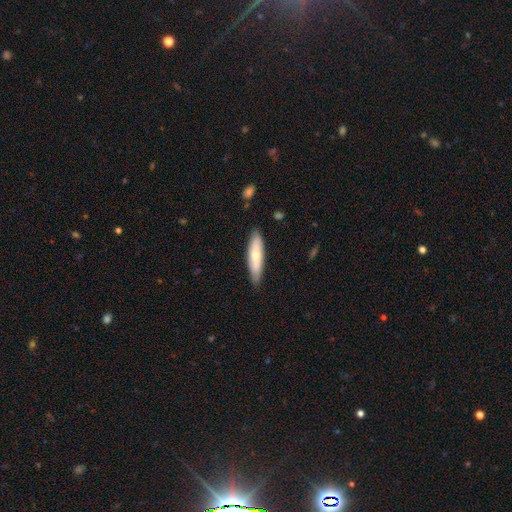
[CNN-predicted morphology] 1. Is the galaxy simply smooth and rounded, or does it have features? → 64% smooth, 31% featured or disk, 5% star or artifact.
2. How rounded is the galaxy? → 71% cigar-shaped, 28% in between, 1% round.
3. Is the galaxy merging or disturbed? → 85% none, 12% minor disturbance, 2% major disturbance, 1% merger.